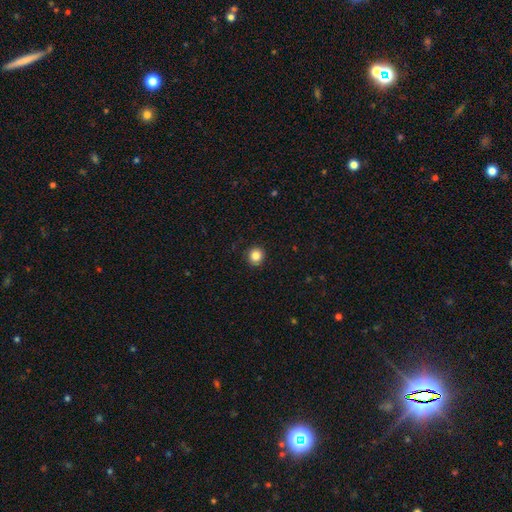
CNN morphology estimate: Smooth or featured? smooth (85%)
How rounded? round (93%)
Merging? none (92%)